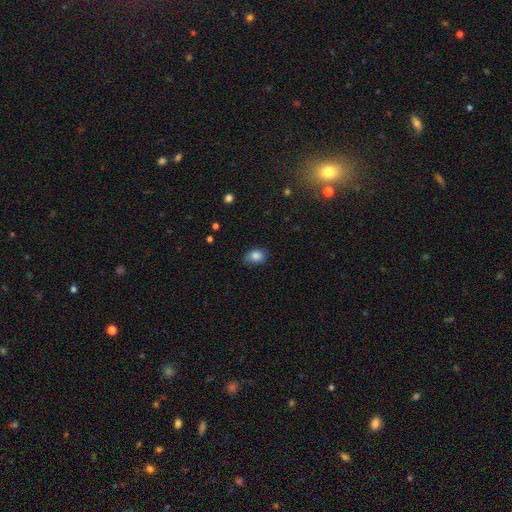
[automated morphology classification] The model was most divided on "how rounded": in between: 68%, round: 31%, cigar-shaped: 1%. More confident: smooth or featured — smooth (84%); merging — none (67%).